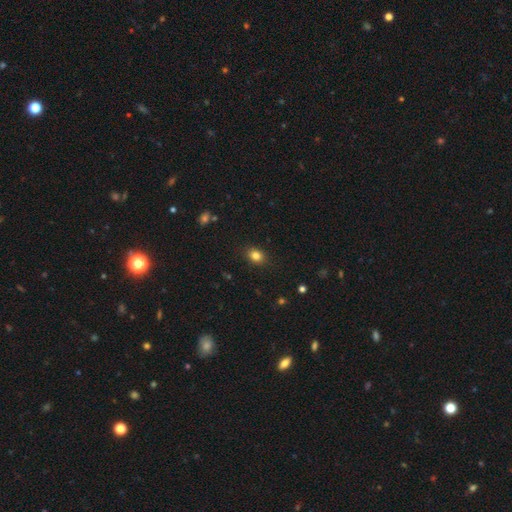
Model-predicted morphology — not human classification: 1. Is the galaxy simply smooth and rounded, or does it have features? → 83% smooth, 11% star or artifact, 6% featured or disk.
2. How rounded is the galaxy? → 54% in between, 44% round, 1% cigar-shaped.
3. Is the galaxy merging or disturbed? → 88% none, 9% minor disturbance, 2% major disturbance, 1% merger.